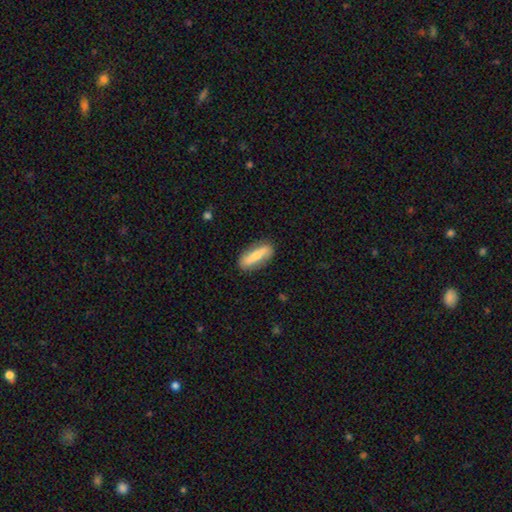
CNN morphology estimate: type=smooth (58%); roundness=cigar-shaped (51%); merging=none (85%).